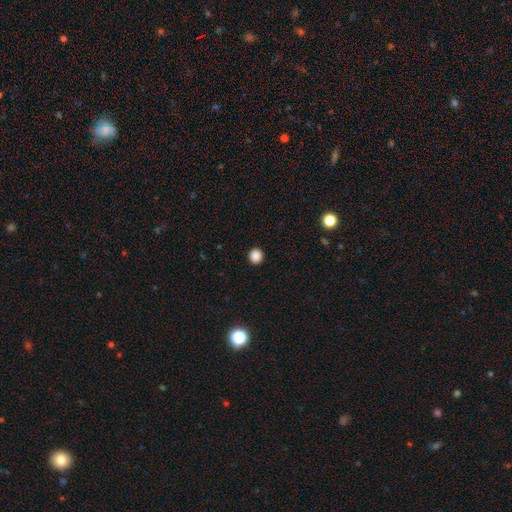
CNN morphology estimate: Smooth or featured: smooth — 87% (star or artifact — 11%)
How rounded: round — 92% (in between — 7%)
Merging: none — 93% (minor disturbance — 4%)